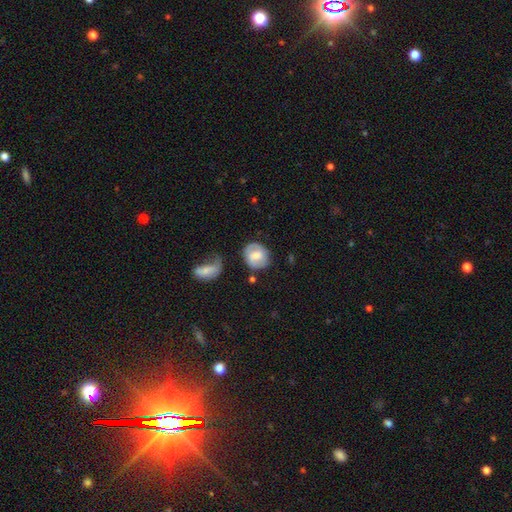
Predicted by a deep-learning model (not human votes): A smooth galaxy with no disk features (58%) that is round (68%).

Vote fractions:
- Smooth or featured? smooth: 58% / featured or disk: 36% / star or artifact: 7%
- How rounded? round: 68% / in between: 31% / cigar-shaped: 1%
- Merging? none: 62% / minor disturbance: 22% / major disturbance: 9% / merger: 7%